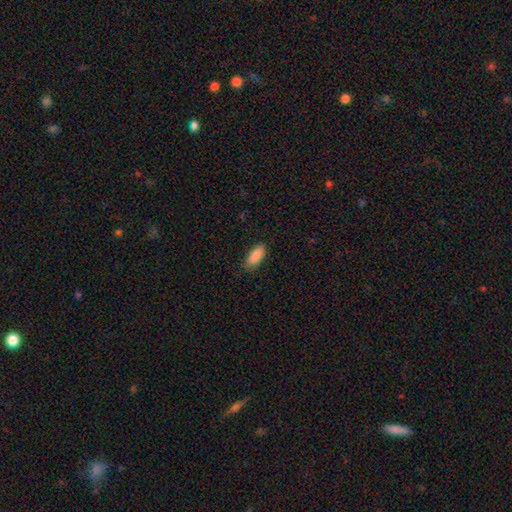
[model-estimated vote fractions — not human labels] smooth_or_featured: smooth (p=0.89) [alt: star or artifact p=0.06]
how_rounded: in between (p=0.82) [alt: cigar-shaped p=0.16]
merging: none (p=0.84) [alt: minor disturbance p=0.13]